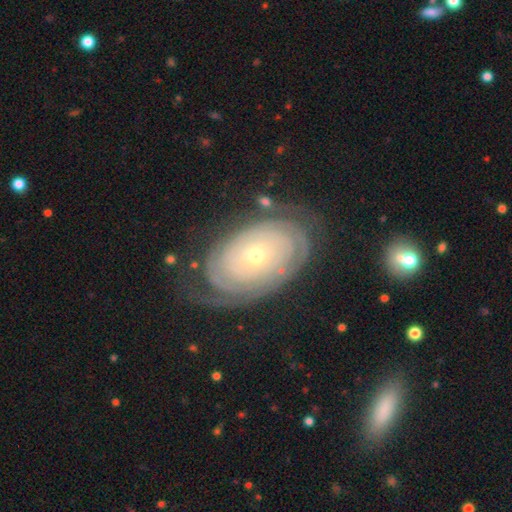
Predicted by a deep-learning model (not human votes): A featured or disk galaxy (82%) with no bar (84%), tight (86%) spiral arms (89%) and a small central bulge (67%). Merging: none (73%).